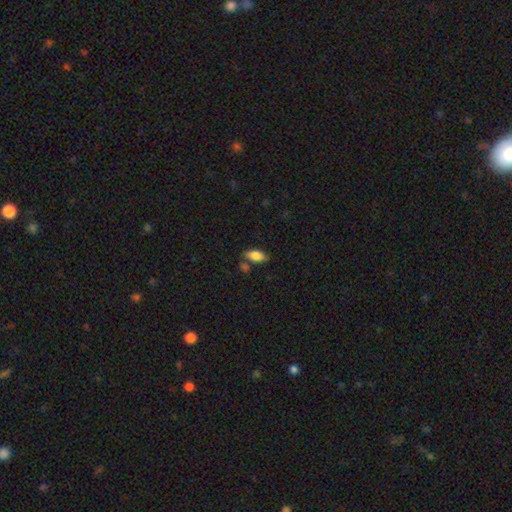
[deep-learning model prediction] Morphology: type=smooth (82%); roundness=in between (88%); merging=none (71%).